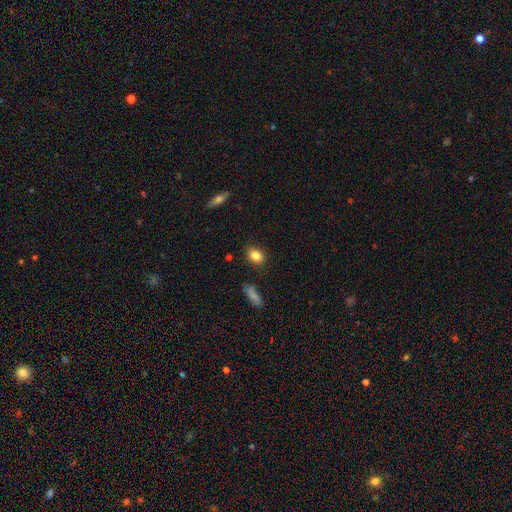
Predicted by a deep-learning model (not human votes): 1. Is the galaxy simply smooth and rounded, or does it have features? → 84% smooth, 9% star or artifact, 7% featured or disk.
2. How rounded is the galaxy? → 71% in between, 27% round, 2% cigar-shaped.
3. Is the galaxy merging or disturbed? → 85% none, 10% minor disturbance, 2% major disturbance, 2% merger.